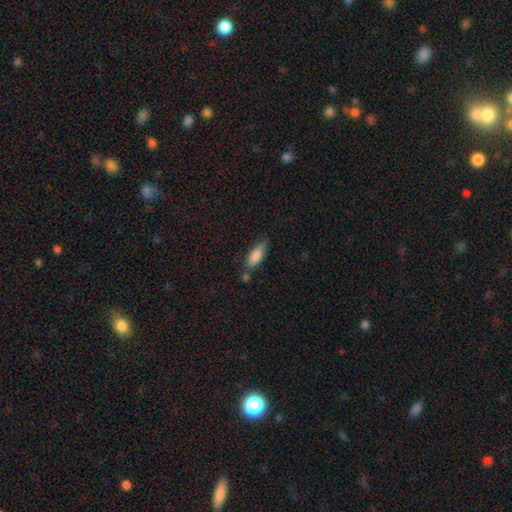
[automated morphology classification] The model was most divided on "how rounded": in between: 56%, cigar-shaped: 42%, round: 2%. More confident: smooth or featured — smooth (78%); merging — none (66%).